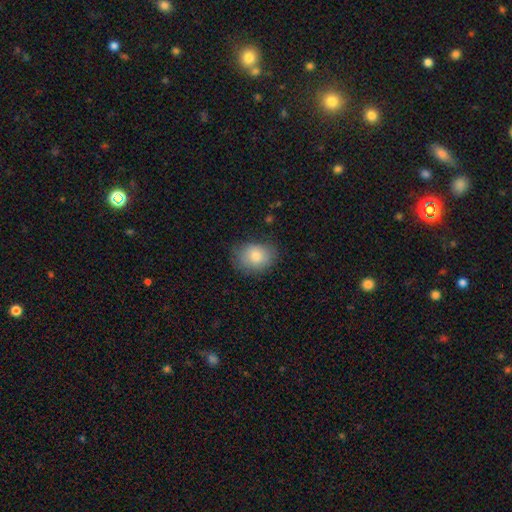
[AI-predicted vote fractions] smooth_or_featured: smooth (p=0.80) [alt: featured or disk p=0.11]
how_rounded: round (p=0.53) [alt: in between p=0.46]
merging: none (p=0.75) [alt: minor disturbance p=0.19]